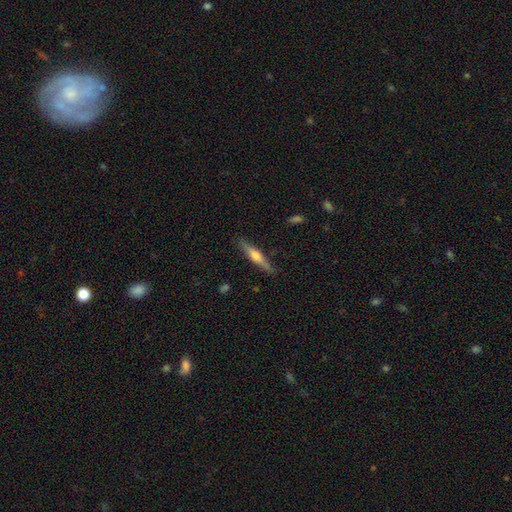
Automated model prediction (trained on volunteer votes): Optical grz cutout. It shows a featured or disk galaxy (58%) viewed edge-on (96%) with a rounded central bulge (89%). Merging: none (87%).